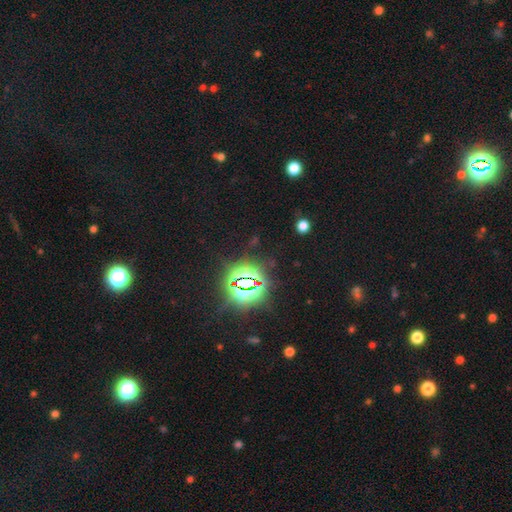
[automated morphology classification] Smooth or featured? Predicted: star or artifact (p=0.83).